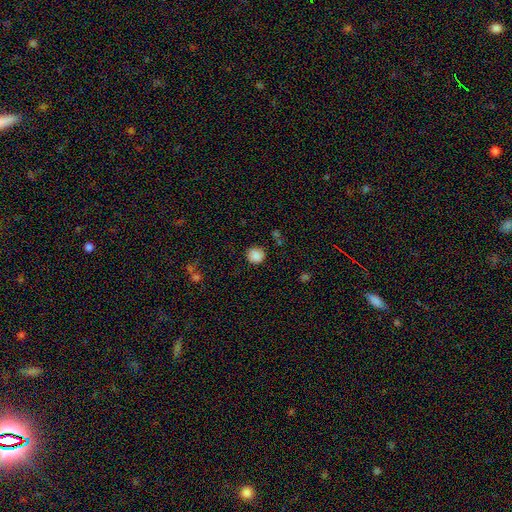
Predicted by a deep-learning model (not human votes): smooth 86%, star or artifact 9%, featured or disk 5%. Down the decision tree: how rounded — round (89%); merging — none (83%).